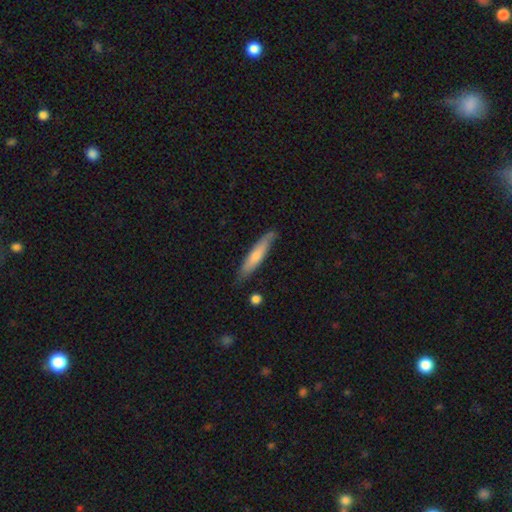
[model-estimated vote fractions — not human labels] Smooth or featured? smooth (46%, tied with featured or disk)
Merging? none (86%)